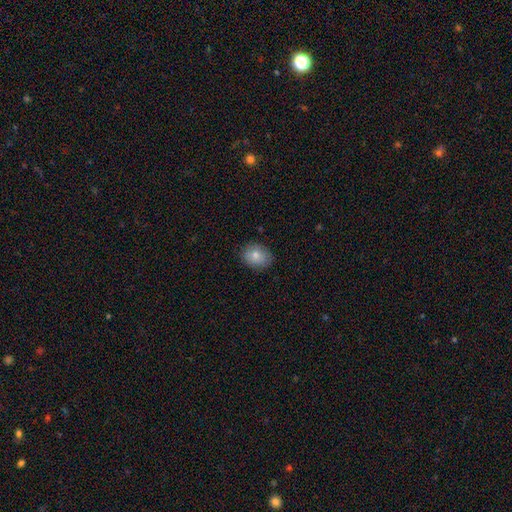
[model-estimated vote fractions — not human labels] Overall: smooth (80%). How rounded: in between (53%; round 46%). Merging: none (84%).